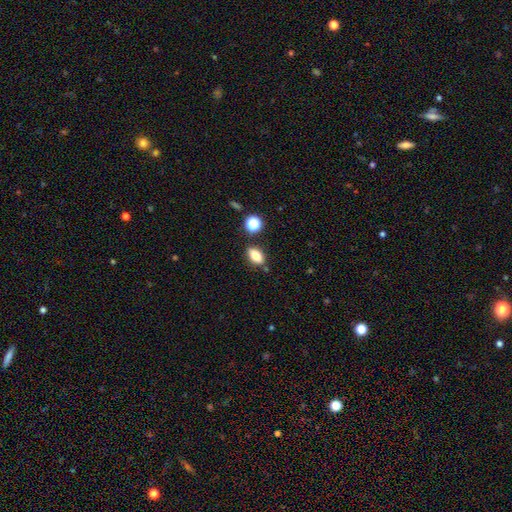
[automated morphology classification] smooth_or_featured: smooth (p=0.80) [alt: star or artifact p=0.11]
how_rounded: in between (p=0.84) [alt: round p=0.10]
merging: none (p=0.80) [alt: minor disturbance p=0.12]